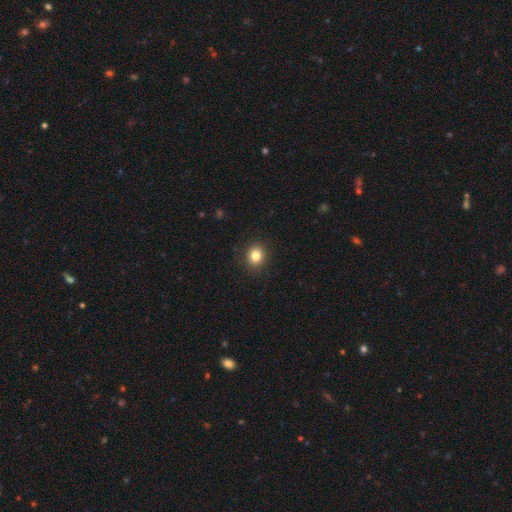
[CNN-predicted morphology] smooth 83%, star or artifact 11%, featured or disk 6%. Down the decision tree: how rounded — round (68%); merging — none (90%).